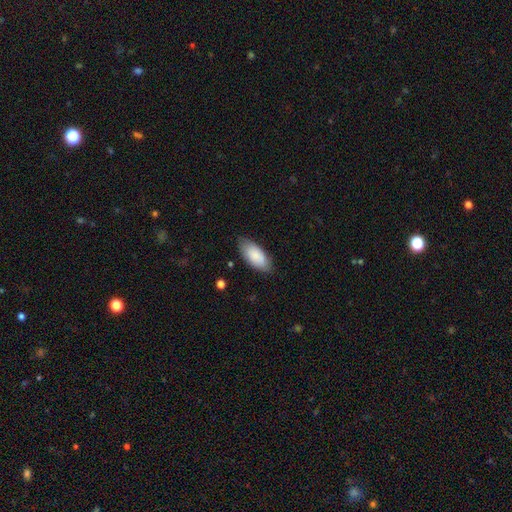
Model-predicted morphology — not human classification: type=smooth (85%); roundness=in between (90%); merging=none (78%).